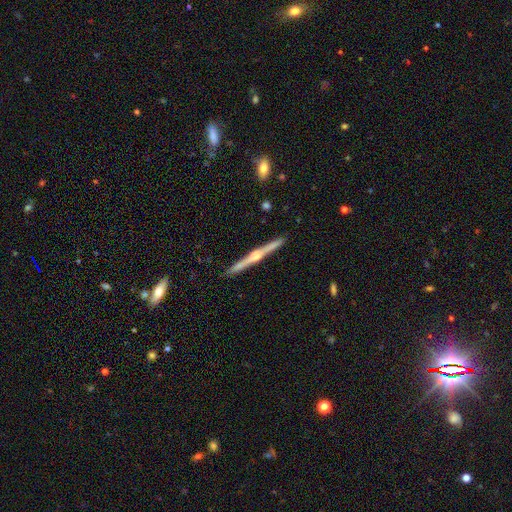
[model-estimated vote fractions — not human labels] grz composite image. It shows a featured or disk galaxy (81%) viewed edge-on (99%) with a rounded central bulge (83%). Merging: none (92%).